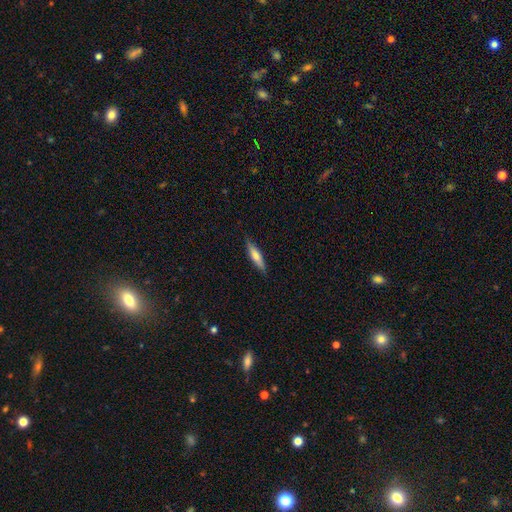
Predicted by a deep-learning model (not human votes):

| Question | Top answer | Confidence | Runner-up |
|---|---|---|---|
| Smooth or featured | smooth | 65% | featured or disk (29%) |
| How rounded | cigar-shaped | 80% | in between (19%) |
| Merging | none | 86% | minor disturbance (11%) |